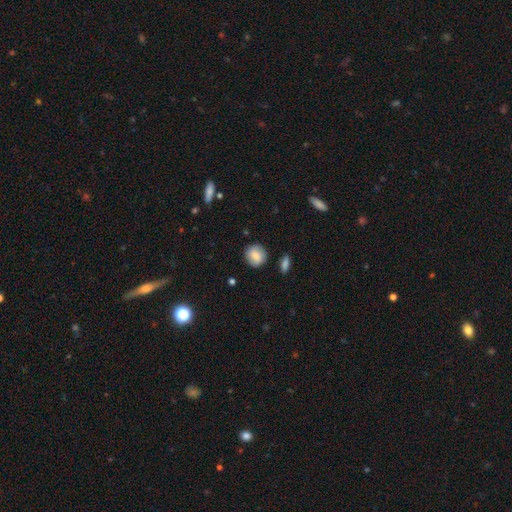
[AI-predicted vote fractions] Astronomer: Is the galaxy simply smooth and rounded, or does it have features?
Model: smooth — 81%.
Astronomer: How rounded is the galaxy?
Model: round — 82%.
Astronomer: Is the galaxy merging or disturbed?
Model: none — 85%.